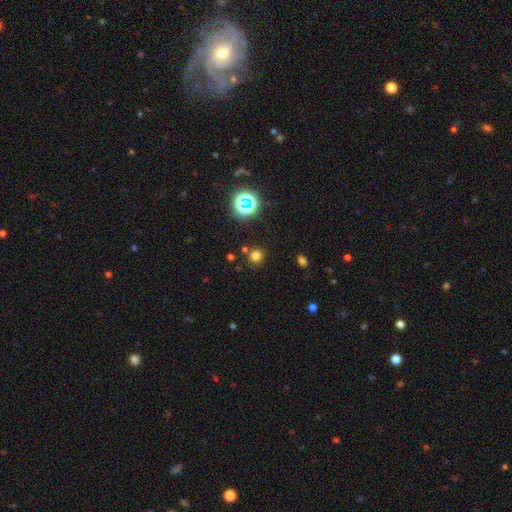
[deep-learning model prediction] The model was most divided on "smooth or featured": smooth: 71%, star or artifact: 23%, featured or disk: 6%. More confident: how rounded — round (91%); merging — none (81%).